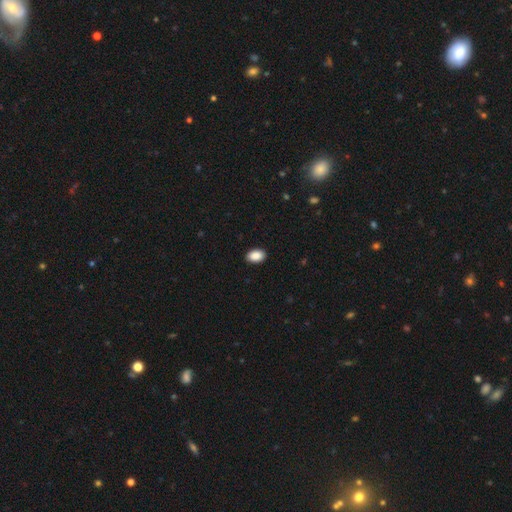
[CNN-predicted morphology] smooth 90%, star or artifact 7%, featured or disk 3%. Down the decision tree: how rounded — in between (89%); merging — none (90%).